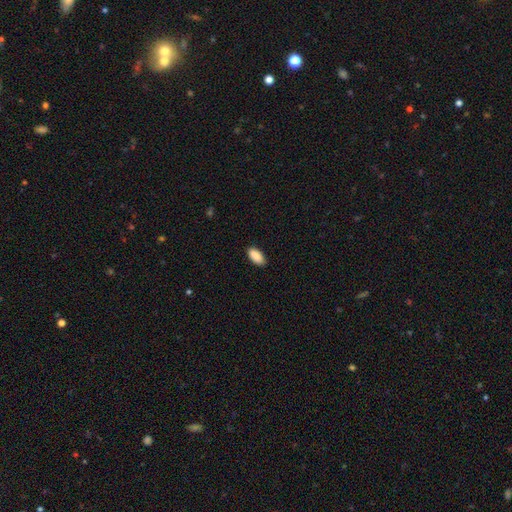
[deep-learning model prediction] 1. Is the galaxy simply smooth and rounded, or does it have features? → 91% smooth, 6% star or artifact, 3% featured or disk.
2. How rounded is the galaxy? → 93% in between, 5% cigar-shaped, 2% round.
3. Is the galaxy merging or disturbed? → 88% none, 10% minor disturbance, 2% major disturbance, 1% merger.